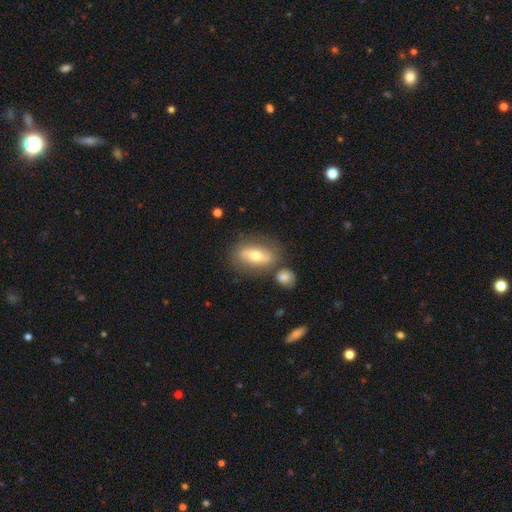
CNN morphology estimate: A smooth galaxy with no disk features (49%).

Vote fractions:
- Smooth or featured? smooth: 49% / featured or disk: 43% / star or artifact: 8%
- Merging? none: 71% / minor disturbance: 14% / merger: 11% / major disturbance: 5%